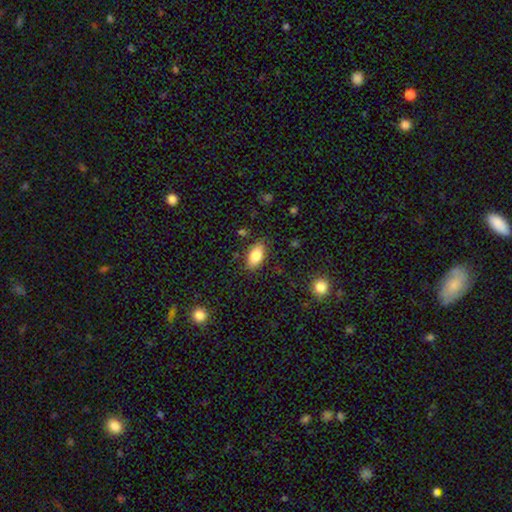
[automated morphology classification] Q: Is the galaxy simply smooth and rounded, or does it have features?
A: smooth — 84%.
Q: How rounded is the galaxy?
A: in between — 91%.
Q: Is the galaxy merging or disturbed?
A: none — 83%.